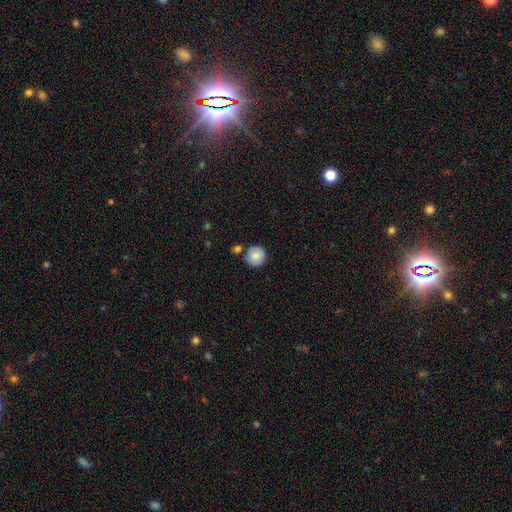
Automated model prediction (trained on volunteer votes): The model was most divided on "merging": none: 75%, merger: 12%, minor disturbance: 11%, major disturbance: 3%. More confident: how rounded — round (94%); smooth or featured — smooth (81%).